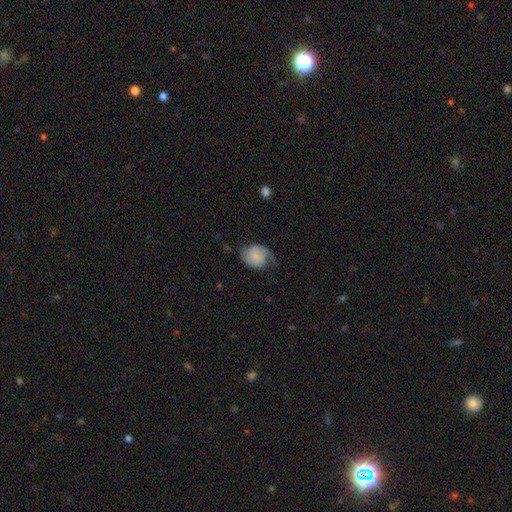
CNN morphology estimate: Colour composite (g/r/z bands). It shows a smooth galaxy with no disk features (53%) that is round (55%). Merging: none (51%).